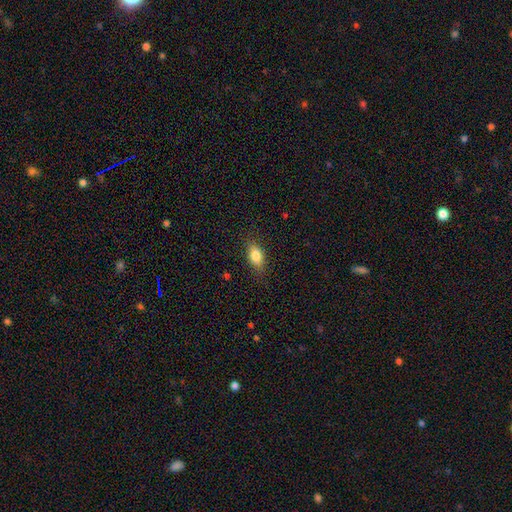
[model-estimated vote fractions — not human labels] Q: Smooth or featured?
A: smooth (82%); runner-up: featured or disk (10%)
Q: How rounded?
A: in between (85%); runner-up: round (8%)
Q: Merging?
A: none (82%); runner-up: minor disturbance (13%)